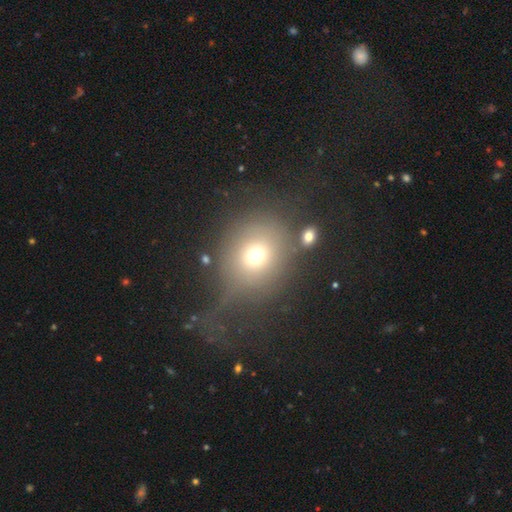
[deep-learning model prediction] The model was most divided on "merging": none: 51%, major disturbance: 22%, minor disturbance: 17%, merger: 9%. More confident: how rounded — round (79%); smooth or featured — smooth (67%).